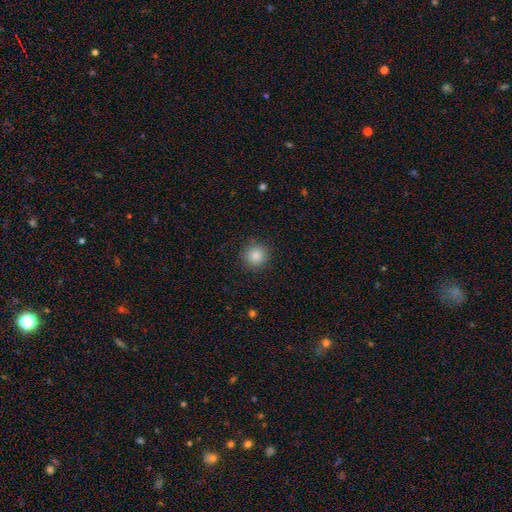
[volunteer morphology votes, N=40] Smooth or featured? 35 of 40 (88%) said smooth. How rounded? 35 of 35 (100%) said round. Merging? 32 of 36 (89%) said none.